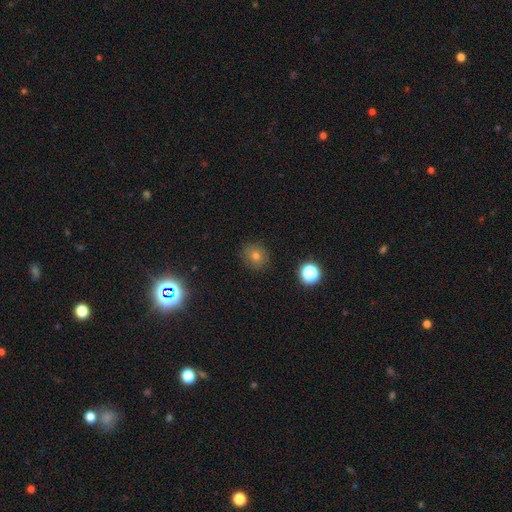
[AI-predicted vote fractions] A smooth galaxy with no disk features (65%) that is round (84%). Merging: none (87%).